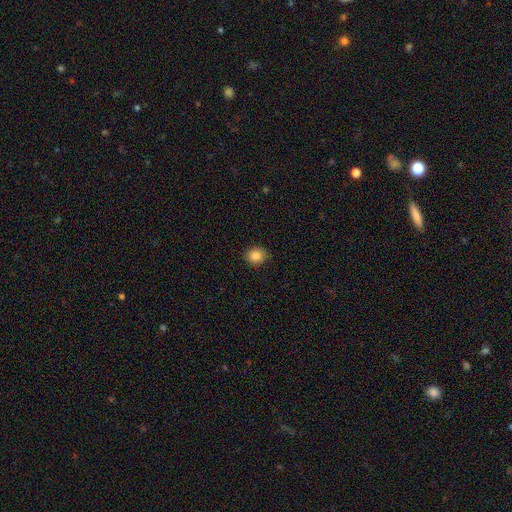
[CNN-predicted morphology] smooth_or_featured: smooth (p=0.87) [alt: star or artifact p=0.10]
how_rounded: round (p=0.69) [alt: in between p=0.31]
merging: none (p=0.88) [alt: minor disturbance p=0.09]